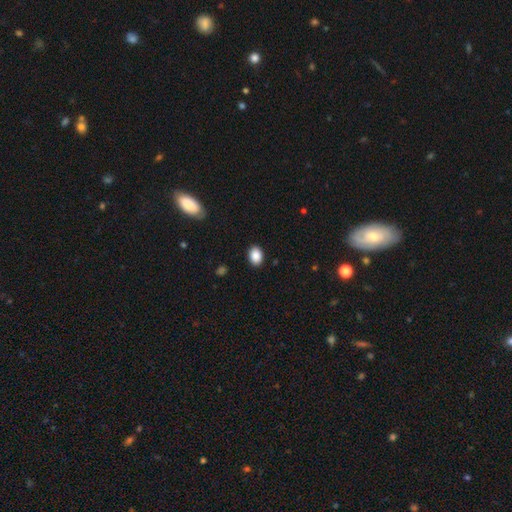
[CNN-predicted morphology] This appears to be a smooth galaxy with no disk features (89%) that is in between round and cigar-shaped (73%). Merging: none (89%).